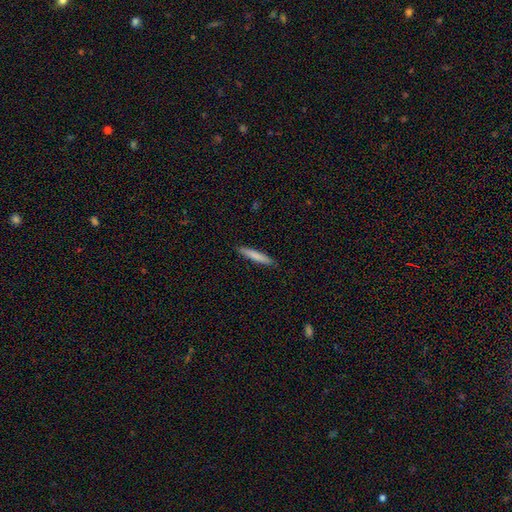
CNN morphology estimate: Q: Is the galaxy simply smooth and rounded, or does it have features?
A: smooth — 78%.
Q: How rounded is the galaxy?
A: cigar-shaped — 94%.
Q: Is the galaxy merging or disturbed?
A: none — 90%.